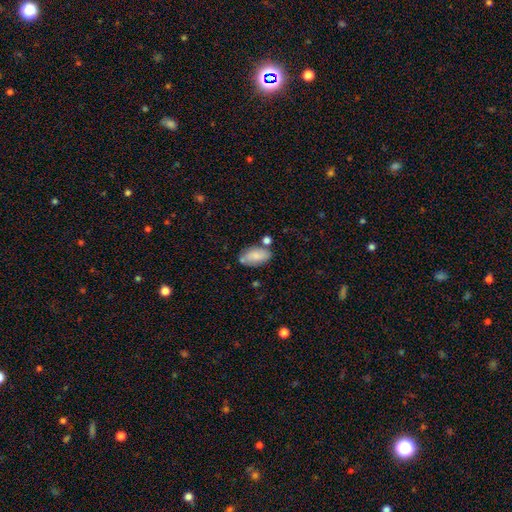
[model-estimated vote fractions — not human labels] Smooth or featured?
  - smooth: 78% *
  - featured or disk: 15%
  - star or artifact: 7%
How rounded?
  - in between: 93% *
  - round: 4%
  - cigar-shaped: 3%
Merging?
  - none: 63% *
  - minor disturbance: 19%
  - merger: 13%
  - major disturbance: 5%